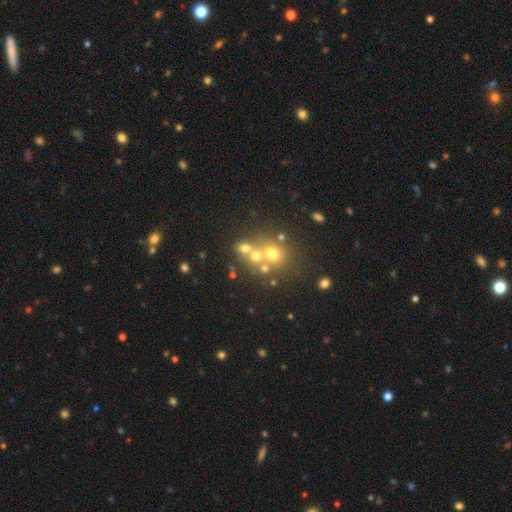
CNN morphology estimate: A smooth galaxy with no disk features (58%) that is round (79%).

Vote fractions:
- Smooth or featured? smooth: 58% / featured or disk: 21% / star or artifact: 21%
- How rounded? round: 79% / in between: 20% / cigar-shaped: 1%
- Merging? none: 44% / merger: 43% / minor disturbance: 8% / major disturbance: 5%